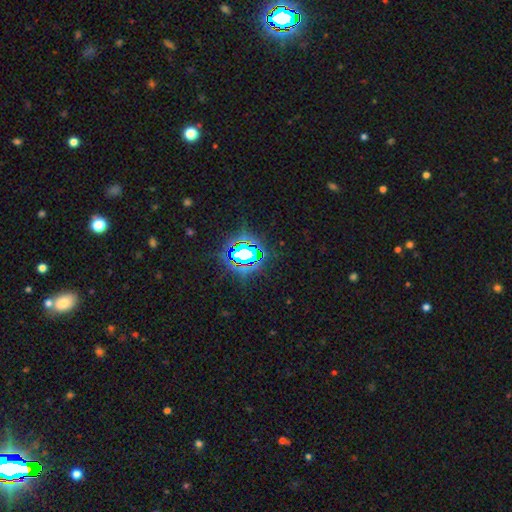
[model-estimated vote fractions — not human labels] Smooth or featured?
  - star or artifact: 81% *
  - smooth: 12%
  - featured or disk: 7%